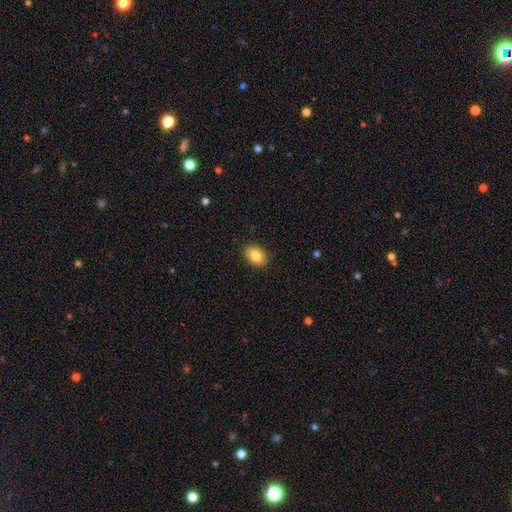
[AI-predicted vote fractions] Smooth or featured? Predicted: smooth (p=0.83). How rounded? Predicted: in between (p=0.80). Merging? Predicted: none (p=0.89).